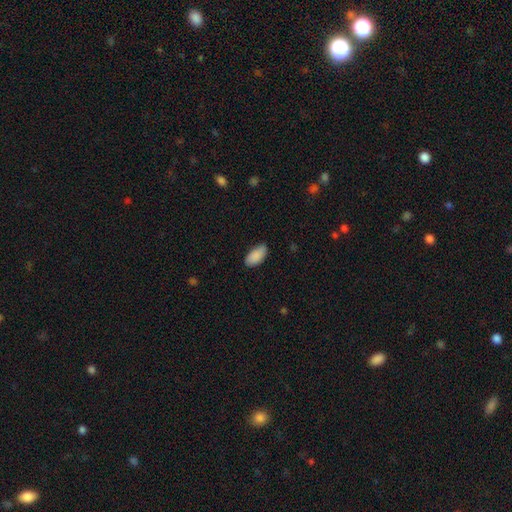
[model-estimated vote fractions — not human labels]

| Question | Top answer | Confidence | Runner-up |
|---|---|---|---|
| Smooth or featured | smooth | 89% | star or artifact (6%) |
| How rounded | in between | 94% | cigar-shaped (4%) |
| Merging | none | 78% | minor disturbance (18%) |